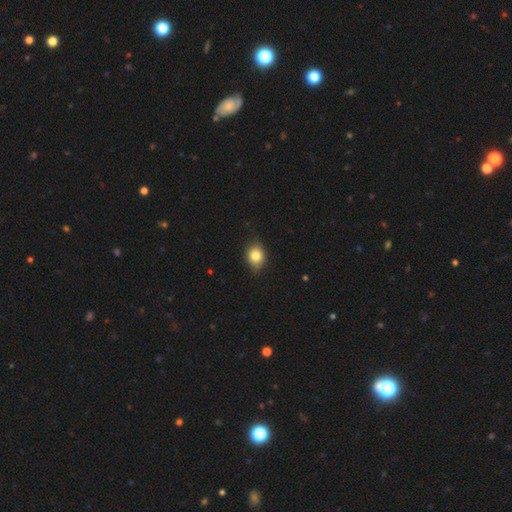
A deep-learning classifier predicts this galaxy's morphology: The model was most divided on "how rounded": round: 50%, in between: 49%, cigar-shaped: 1%. More confident: smooth or featured — smooth (81%); merging — none (75%).